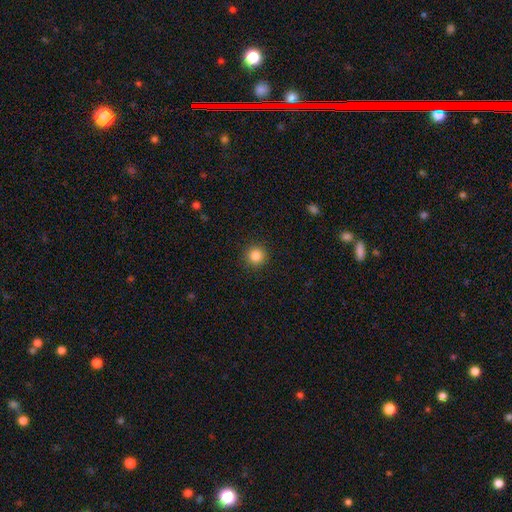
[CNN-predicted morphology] smooth-or-featured: smooth: 85% | star or artifact: 11% | featured or disk: 4%
  how-rounded: round: 95% | in between: 5% | cigar-shaped: 1%
  merging: none: 91% | minor disturbance: 6% | major disturbance: 2% | merger: 1%